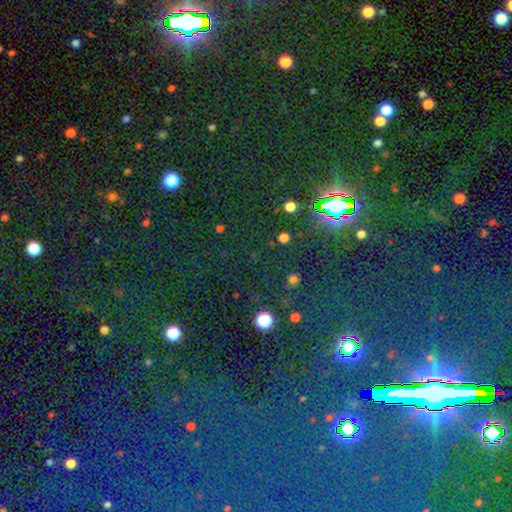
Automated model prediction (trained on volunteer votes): This appears to be a star or artifact, not a galaxy (84%).